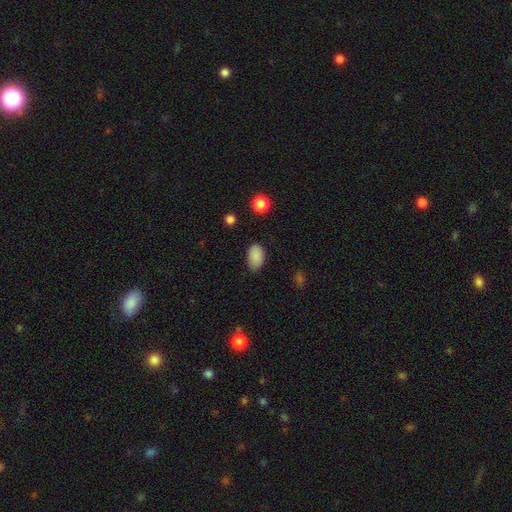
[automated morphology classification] Overall: smooth (87%). How rounded: in between (90%). Merging: none (73%).